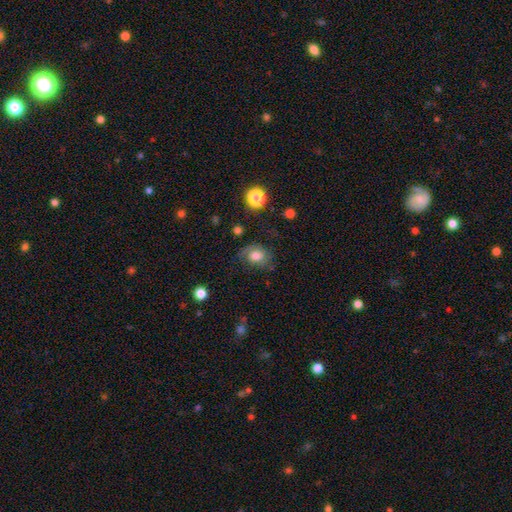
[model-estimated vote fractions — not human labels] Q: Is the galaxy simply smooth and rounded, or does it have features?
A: smooth — 62%.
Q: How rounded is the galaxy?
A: in between — 55%.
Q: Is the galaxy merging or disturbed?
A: none — 58%.